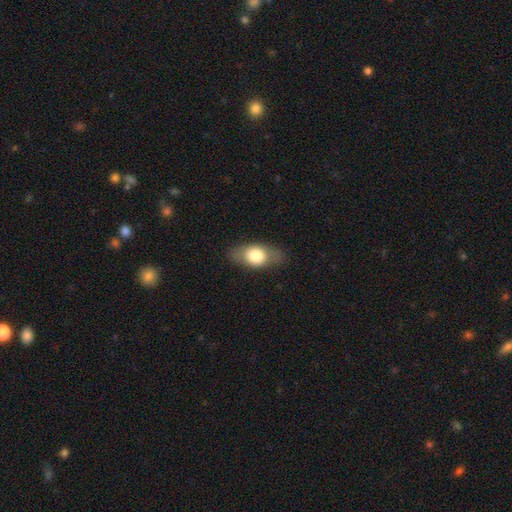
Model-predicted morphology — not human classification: Overall: smooth (69%). How rounded: in between (83%). Merging: none (80%).